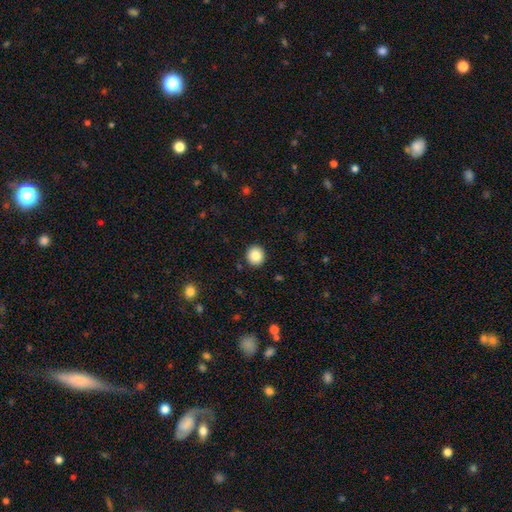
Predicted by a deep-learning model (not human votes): Smooth or featured?
  - smooth: 85% *
  - star or artifact: 9%
  - featured or disk: 5%
How rounded?
  - round: 92% *
  - in between: 7%
  - cigar-shaped: 1%
Merging?
  - none: 92% *
  - minor disturbance: 5%
  - major disturbance: 2%
  - merger: 1%